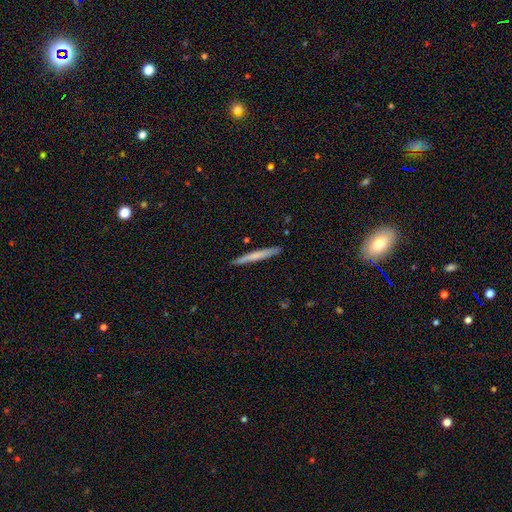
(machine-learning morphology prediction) Overall: smooth (63%; featured or disk 32%). How rounded: cigar-shaped (97%). Merging: none (91%).